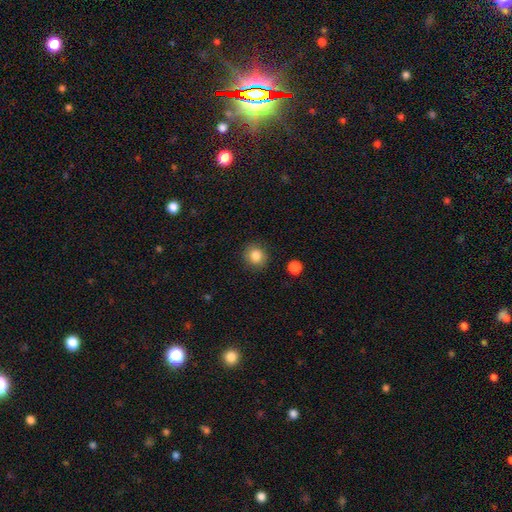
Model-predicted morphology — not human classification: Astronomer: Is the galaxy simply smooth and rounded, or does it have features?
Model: smooth — 85%.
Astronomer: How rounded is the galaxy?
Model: round — 84%.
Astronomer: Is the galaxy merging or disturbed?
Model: none — 87%.